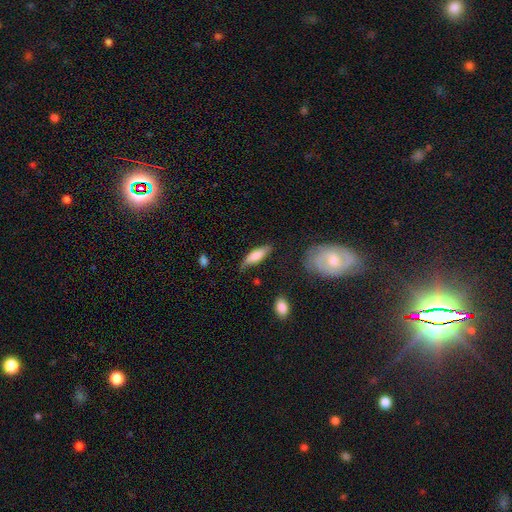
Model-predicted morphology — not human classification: type=smooth (68%); roundness=cigar-shaped (52%); merging=none (64%).